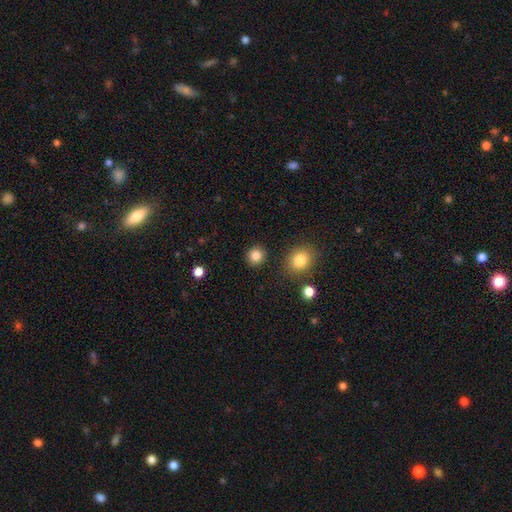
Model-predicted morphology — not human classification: This appears to be a smooth galaxy with no disk features (85%) that is round (90%). Merging: none (91%).